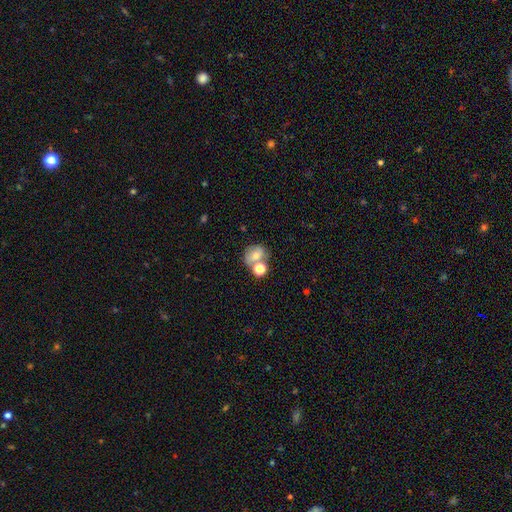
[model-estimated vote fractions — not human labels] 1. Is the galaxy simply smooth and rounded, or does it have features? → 69% smooth, 19% featured or disk, 13% star or artifact.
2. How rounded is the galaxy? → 60% round, 39% in between, 1% cigar-shaped.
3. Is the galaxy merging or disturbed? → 41% none (tied), 41% merger (tied), 12% minor disturbance, 6% major disturbance.